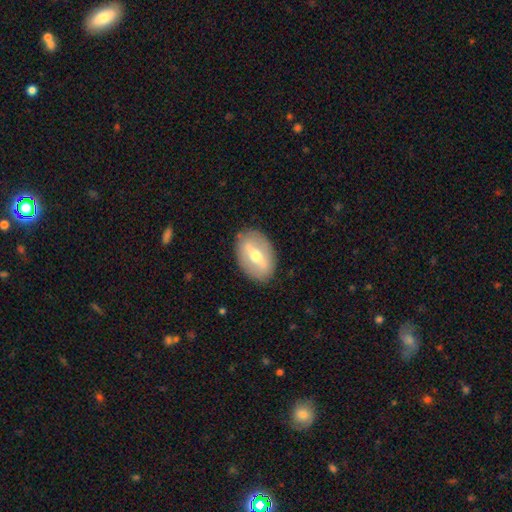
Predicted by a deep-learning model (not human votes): This appears to be a featured or disk galaxy (57%). Merging: none (85%).